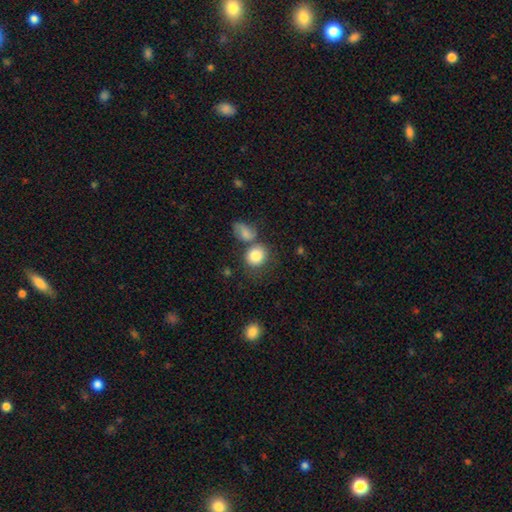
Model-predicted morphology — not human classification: Overall: smooth (83%). How rounded: round (76%). Merging: none (54%; merger 27%).